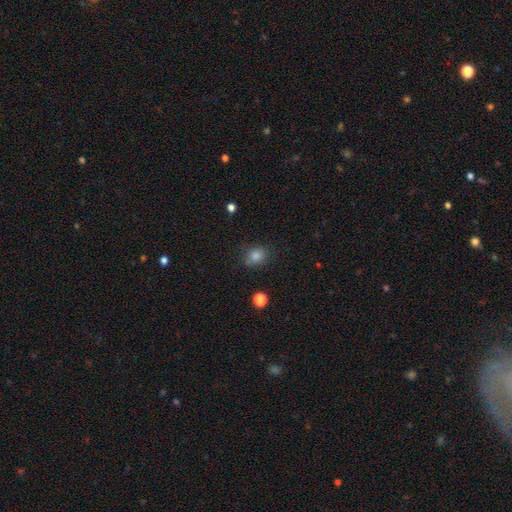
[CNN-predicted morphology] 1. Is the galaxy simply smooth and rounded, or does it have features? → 81% smooth, 13% star or artifact, 6% featured or disk.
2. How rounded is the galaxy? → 50% in between, 49% round, 1% cigar-shaped.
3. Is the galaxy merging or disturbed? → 79% none, 15% minor disturbance, 4% major disturbance, 2% merger.